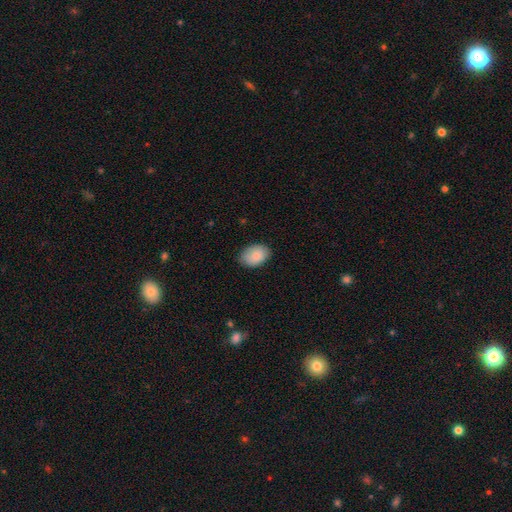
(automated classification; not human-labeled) Smooth or featured? smooth (87%)
How rounded? in between (84%)
Merging? none (81%)